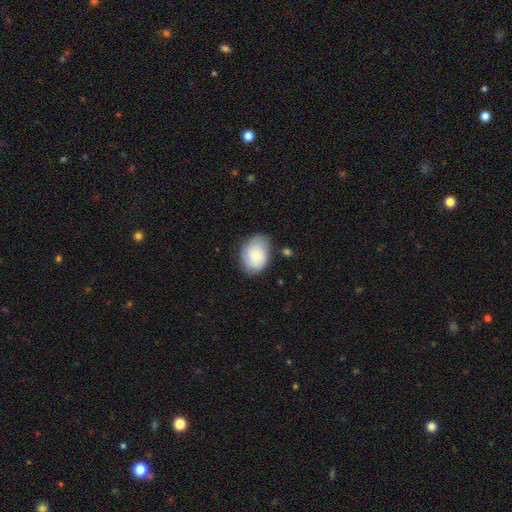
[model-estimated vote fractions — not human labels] Smooth or featured: smooth — 70% (featured or disk — 23%)
How rounded: in between — 68% (round — 31%)
Merging: none — 73% (minor disturbance — 20%)